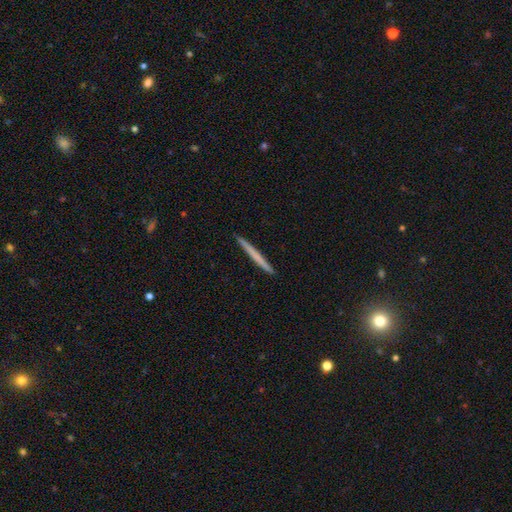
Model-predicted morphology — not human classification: Overall: smooth (55%; featured or disk 40%). How rounded: cigar-shaped (97%). Merging: none (93%).